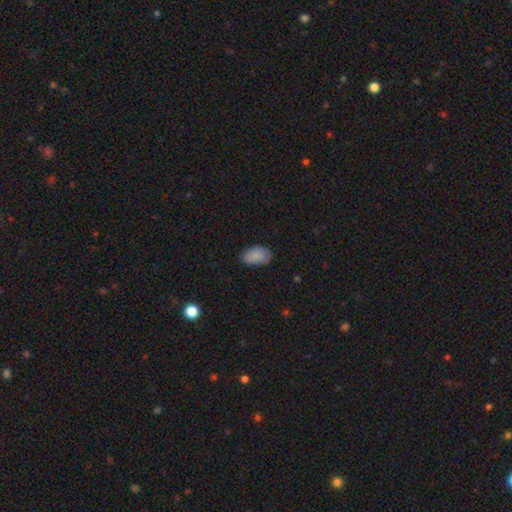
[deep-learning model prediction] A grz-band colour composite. It shows a smooth galaxy with no disk features (86%) that is in between round and cigar-shaped (92%). Merging: none (77%).